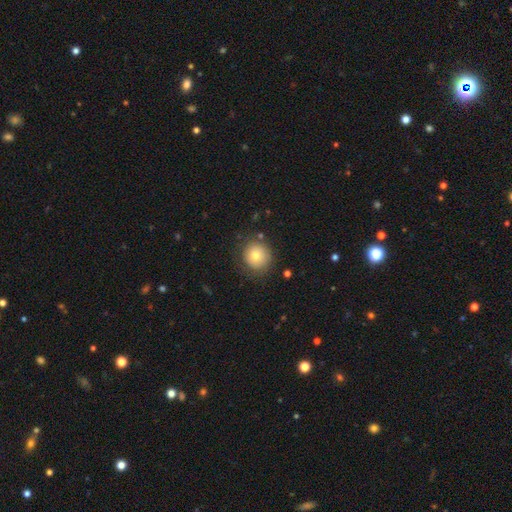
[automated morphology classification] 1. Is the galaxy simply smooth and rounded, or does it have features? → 74% smooth, 17% featured or disk, 9% star or artifact.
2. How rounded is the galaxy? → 91% round, 8% in between, 1% cigar-shaped.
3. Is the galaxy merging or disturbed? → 80% none, 13% minor disturbance, 5% major disturbance, 2% merger.